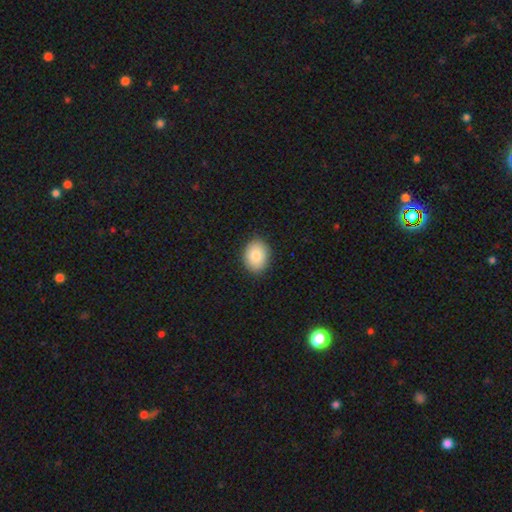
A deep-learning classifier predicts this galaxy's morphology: This is clearly a smooth galaxy (82%). How rounded: possibly in between (57%). Merging: clearly none (89%).